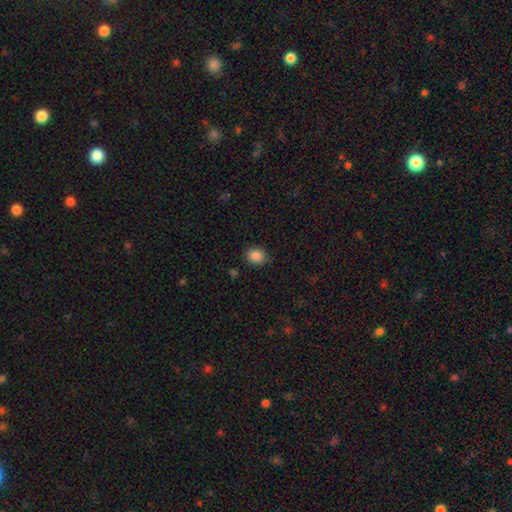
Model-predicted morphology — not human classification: Overall: smooth (86%). How rounded: round (61%; in between 39%). Merging: none (84%).